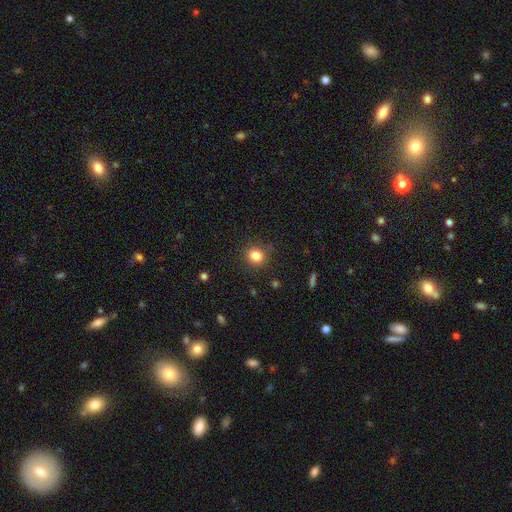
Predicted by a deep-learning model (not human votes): smooth 83%, star or artifact 12%, featured or disk 5%. Down the decision tree: how rounded — round (82%); merging — none (87%).